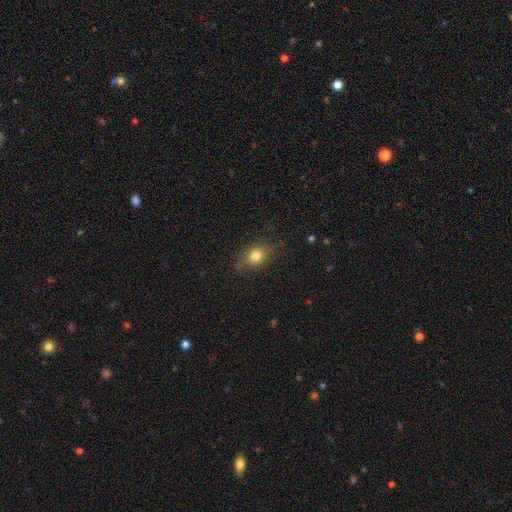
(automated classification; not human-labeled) Overall: smooth (78%). How rounded: in between (59%; round 38%). Merging: none (74%).